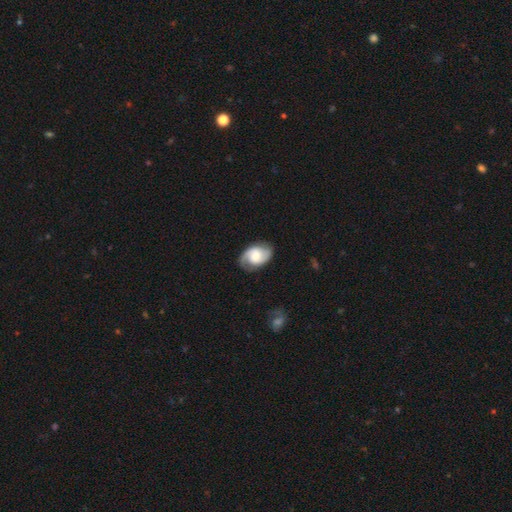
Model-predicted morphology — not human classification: type=featured or disk (65%); edge-on=no (97%); bar=no (55%); spiral arms=yes (92%); winding=medium (46%); arm count=2 (82%); bulge=moderate (40%); merging=none (74%).